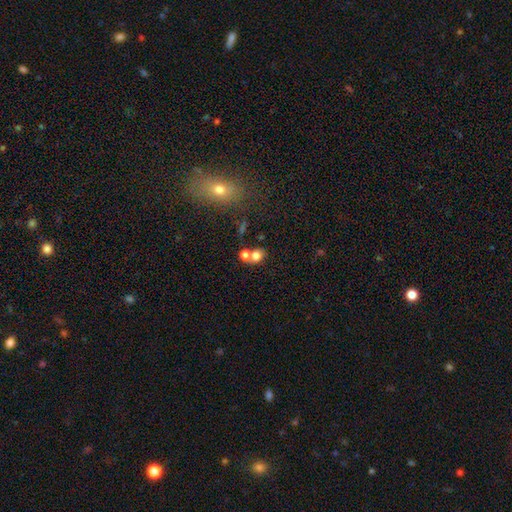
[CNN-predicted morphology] This appears to be a smooth galaxy with no disk features (76%) that is round (57%). Merging: merger (45%).